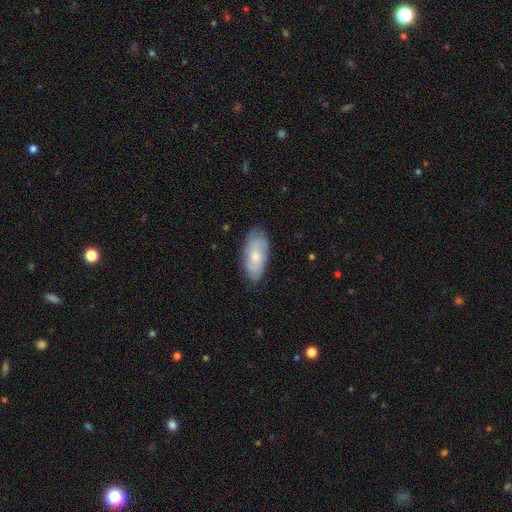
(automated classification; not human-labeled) smooth 57%, featured or disk 36%, star or artifact 6%. Down the decision tree: how rounded — in between (89%); merging — none (75%).